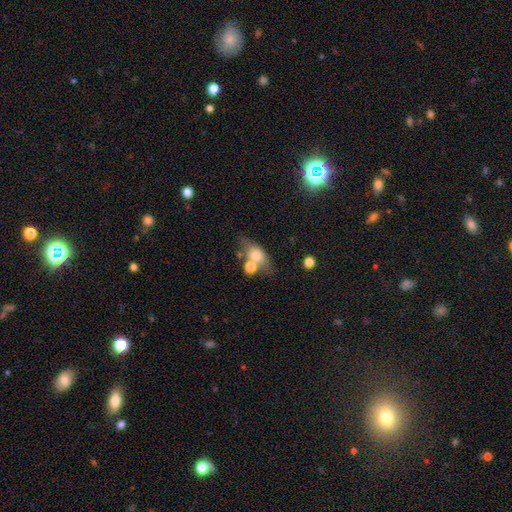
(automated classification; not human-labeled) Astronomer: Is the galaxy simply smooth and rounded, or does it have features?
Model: smooth — 64%.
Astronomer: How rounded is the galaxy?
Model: in between — 71%.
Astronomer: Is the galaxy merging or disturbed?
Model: none — 48% (runner-up: merger, 27%).